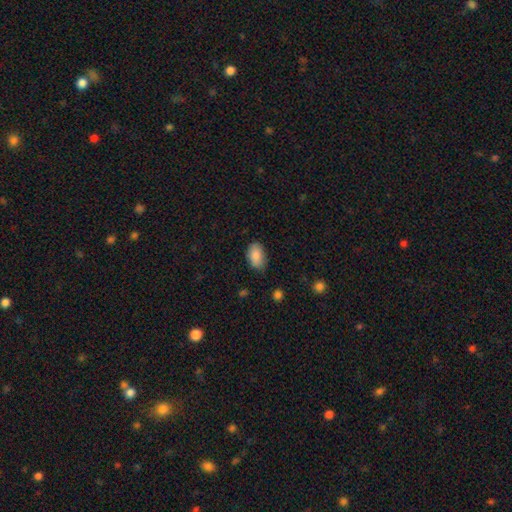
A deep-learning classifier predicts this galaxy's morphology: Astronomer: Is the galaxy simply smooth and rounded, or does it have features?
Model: smooth — 88%.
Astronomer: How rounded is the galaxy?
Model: in between — 91%.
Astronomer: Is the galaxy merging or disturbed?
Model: none — 76%.